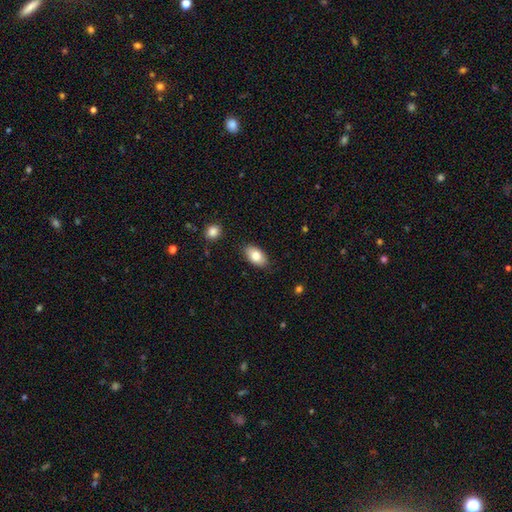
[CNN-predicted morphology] This appears to be a smooth galaxy with no disk features (81%) that is in between round and cigar-shaped (93%). Merging: none (85%).